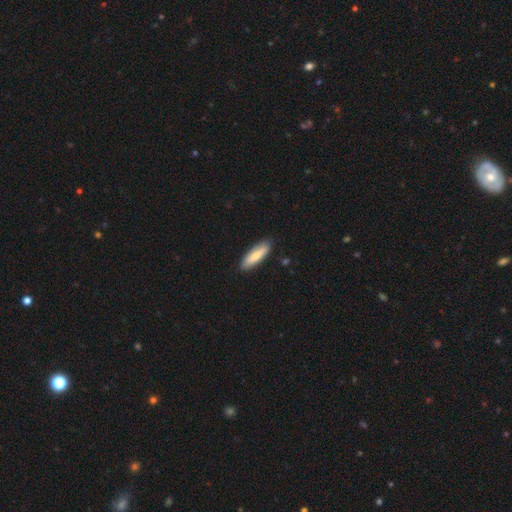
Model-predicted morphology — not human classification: Overall: smooth (76%). How rounded: cigar-shaped (54%; in between 44%). Merging: none (86%).